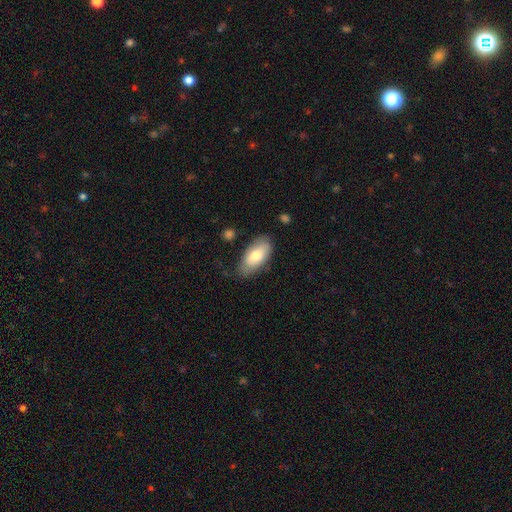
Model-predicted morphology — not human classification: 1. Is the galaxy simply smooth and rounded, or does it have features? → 73% smooth, 21% featured or disk, 6% star or artifact.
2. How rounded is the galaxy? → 92% in between, 6% cigar-shaped, 3% round.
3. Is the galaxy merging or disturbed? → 74% none, 20% minor disturbance, 4% major disturbance, 2% merger.